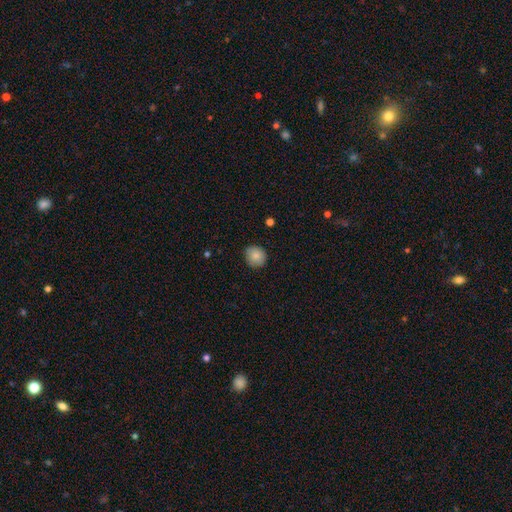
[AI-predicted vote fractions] Overall: smooth (86%). How rounded: round (81%). Merging: none (85%).